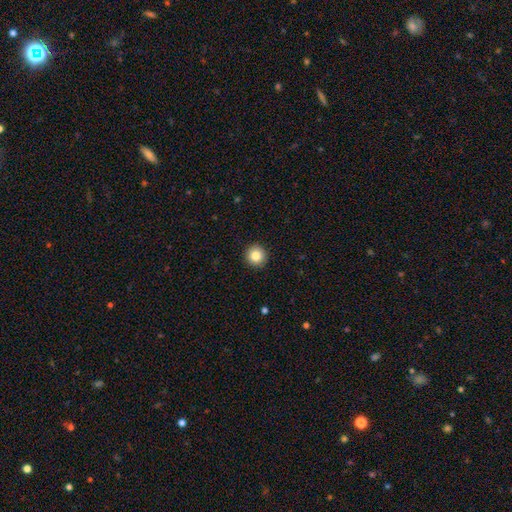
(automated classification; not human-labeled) The model was most divided on "smooth or featured": smooth: 84%, star or artifact: 10%, featured or disk: 6%. More confident: how rounded — round (95%); merging — none (93%).